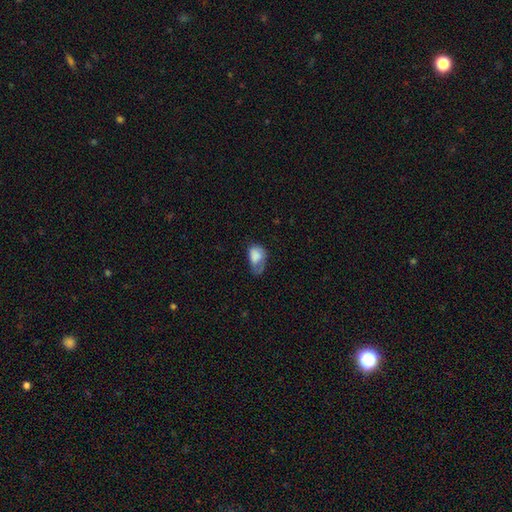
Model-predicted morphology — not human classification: A smooth galaxy with no disk features (72%) that is in between round and cigar-shaped (86%).

Vote fractions:
- Smooth or featured? smooth: 72% / featured or disk: 20% / star or artifact: 8%
- How rounded? in between: 86% / round: 12% / cigar-shaped: 1%
- Merging? major disturbance: 41% / minor disturbance: 31% / none: 24% / merger: 3%